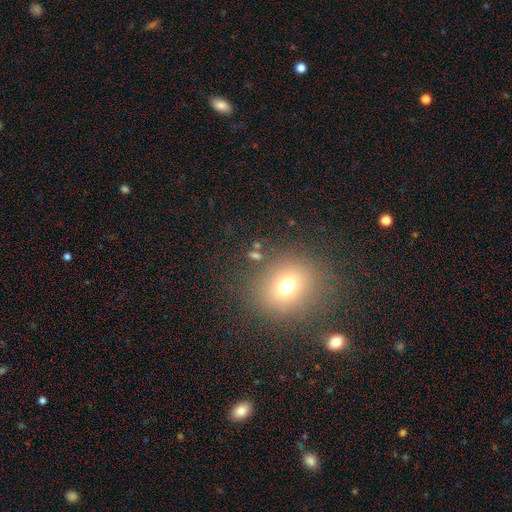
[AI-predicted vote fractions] smooth_or_featured: smooth (p=0.65) [alt: star or artifact p=0.24]
how_rounded: round (p=0.72) [alt: in between p=0.26]
merging: none (p=0.76) [alt: minor disturbance p=0.10]